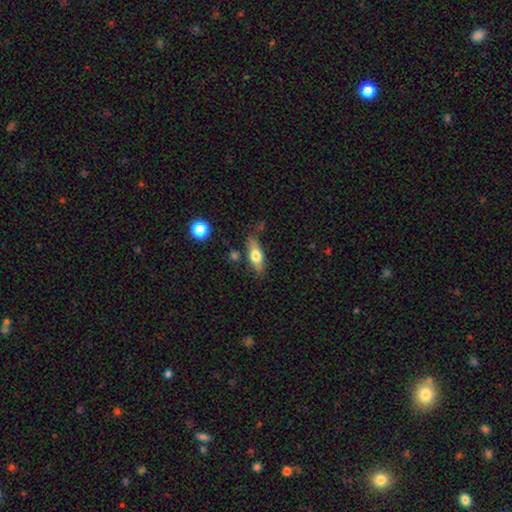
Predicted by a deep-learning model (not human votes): Smooth or featured? smooth (63%)
How rounded? in between (64%)
Merging? none (74%)